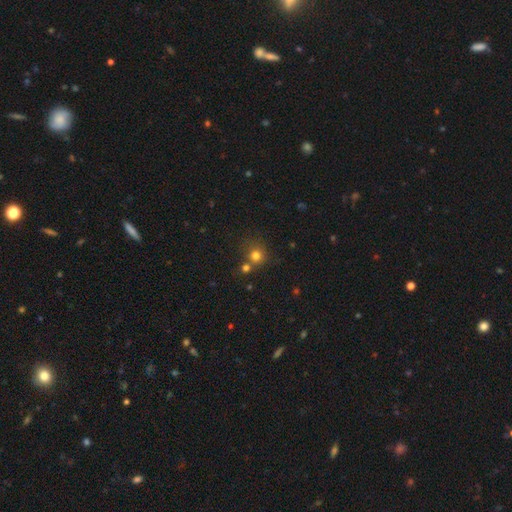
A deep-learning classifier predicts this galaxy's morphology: smooth 76%, star or artifact 16%, featured or disk 8%. Down the decision tree: how rounded — round (88%); merging — none (61%).